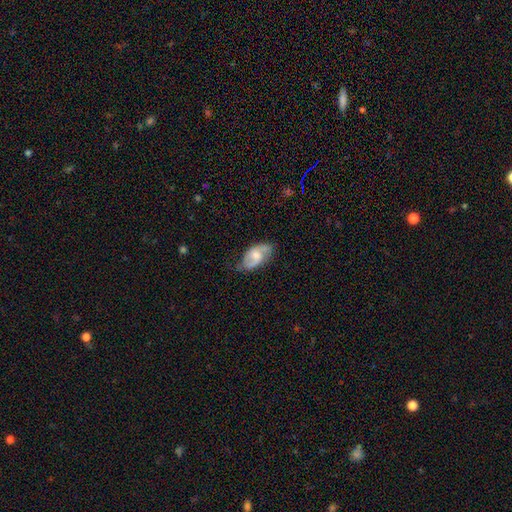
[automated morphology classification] Overall: featured or disk (60%; smooth 34%). Edge-on disk: no (94%). Bar: no (47%; weak 43%). Spiral arms: yes (86%). Bulge size: moderate (54%; small 36%). Merging: none (66%).